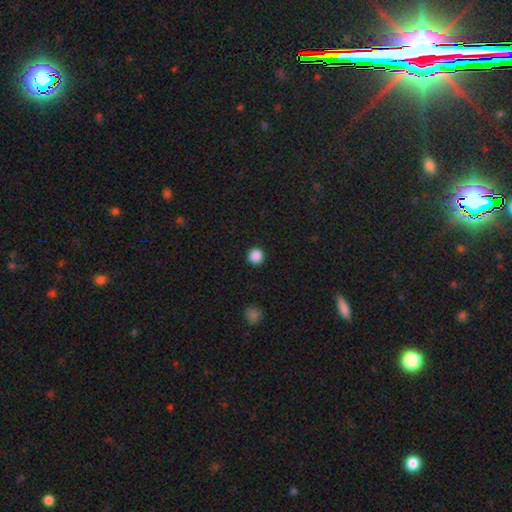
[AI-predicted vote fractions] Overall: smooth (87%). How rounded: round (96%). Merging: none (93%).